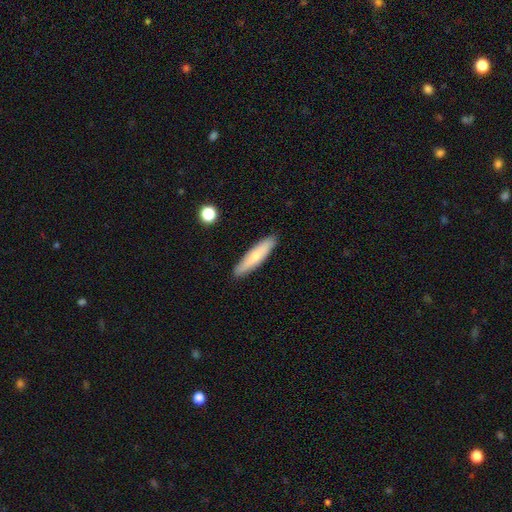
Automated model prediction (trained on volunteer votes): The model was most divided on "smooth or featured": smooth: 67%, featured or disk: 27%, star or artifact: 6%. More confident: merging — none (88%); how rounded — cigar-shaped (80%).